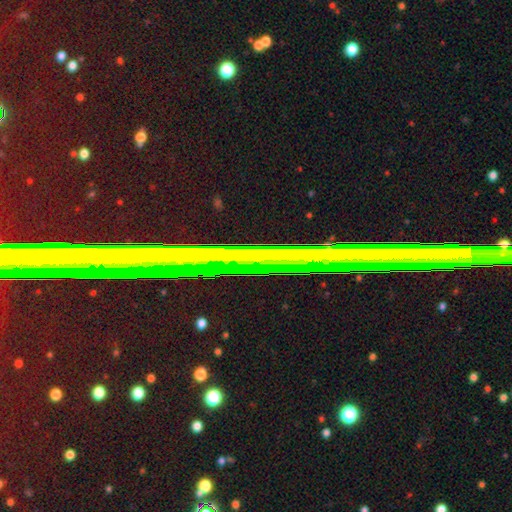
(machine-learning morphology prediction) Smooth or featured? star or artifact (69%)